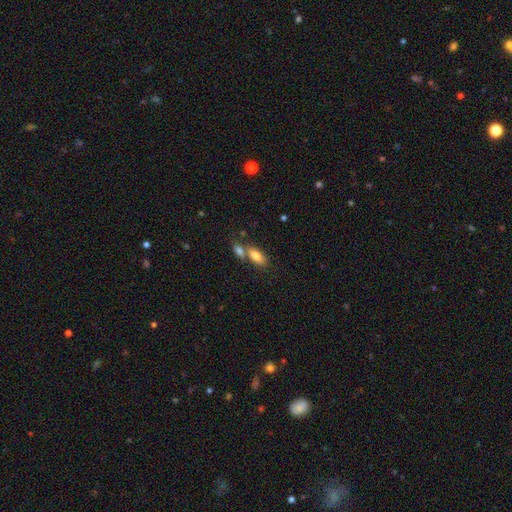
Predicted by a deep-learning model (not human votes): Overall: smooth (79%). How rounded: in between (86%). Merging: merger (45%; none 42%).